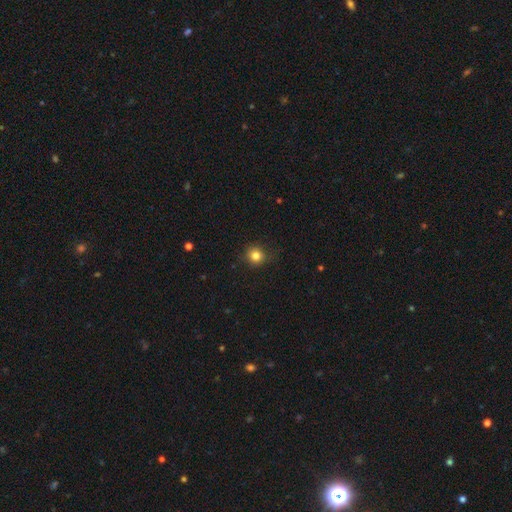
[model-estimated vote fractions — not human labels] Smooth or featured?
  - smooth: 82% *
  - star or artifact: 12%
  - featured or disk: 5%
How rounded?
  - round: 90% *
  - in between: 9%
  - cigar-shaped: 1%
Merging?
  - none: 84% *
  - minor disturbance: 12%
  - major disturbance: 3%
  - merger: 1%